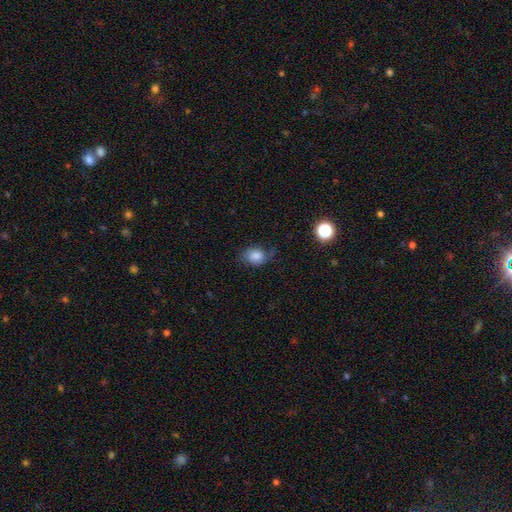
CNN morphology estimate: Smooth or featured: smooth — 76% (featured or disk — 13%)
How rounded: in between — 52% (round — 47%)
Merging: none — 54% (minor disturbance — 30%)